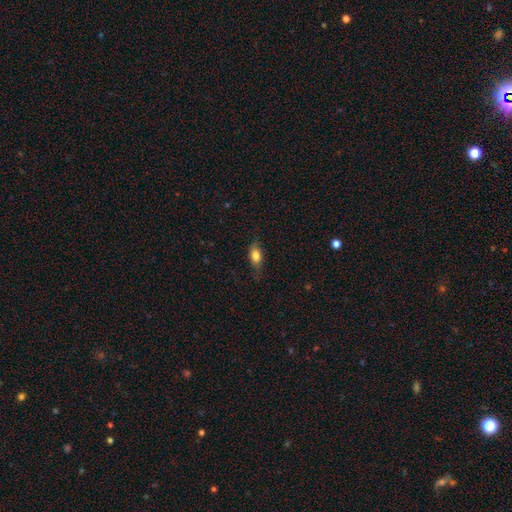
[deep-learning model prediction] The model was most divided on "merging": none: 75%, minor disturbance: 20%, major disturbance: 5%, merger: 1%. More confident: how rounded — in between (79%); smooth or featured — smooth (77%).